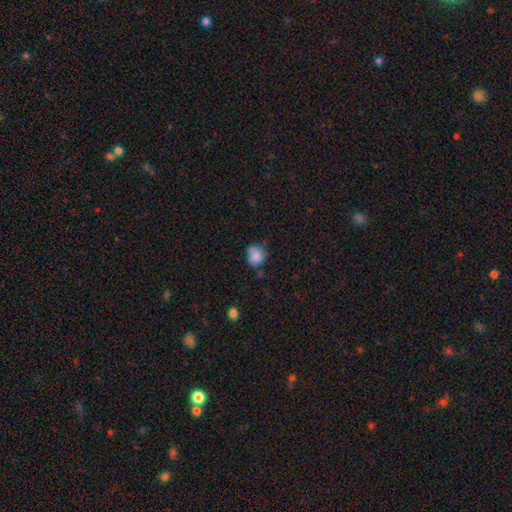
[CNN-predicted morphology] Q: Smooth or featured?
A: smooth (81%); runner-up: star or artifact (9%)
Q: How rounded?
A: round (75%); runner-up: in between (24%)
Q: Merging?
A: none (54%); runner-up: minor disturbance (29%)